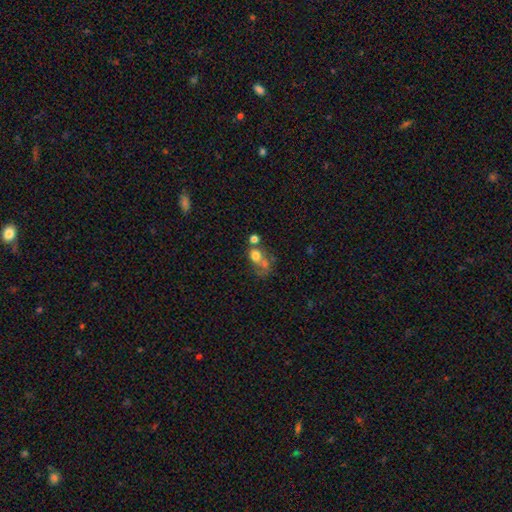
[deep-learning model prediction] Morphology: type=smooth (65%); roundness=round (56%); merging=merger (48%).